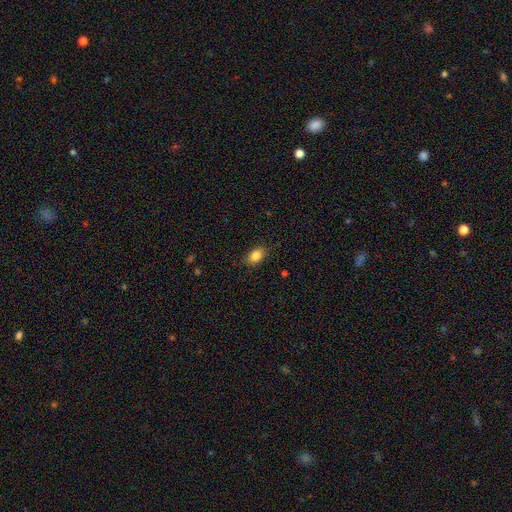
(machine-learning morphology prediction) Smooth or featured?
  - smooth: 85% *
  - star or artifact: 9%
  - featured or disk: 6%
How rounded?
  - in between: 82% *
  - round: 16%
  - cigar-shaped: 2%
Merging?
  - none: 86% *
  - minor disturbance: 11%
  - major disturbance: 3%
  - merger: 1%